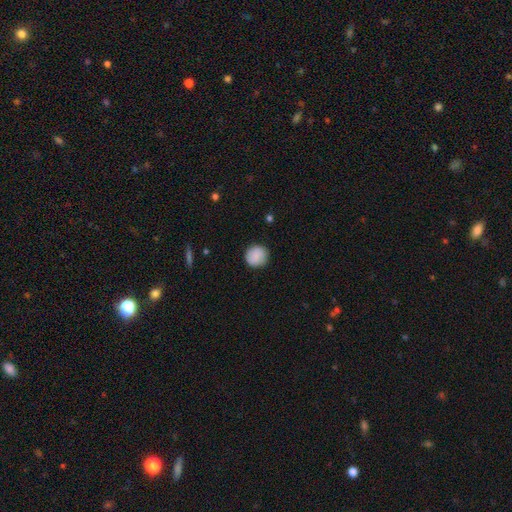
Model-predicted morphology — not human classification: Q: Smooth or featured?
A: smooth (87%); runner-up: star or artifact (7%)
Q: How rounded?
A: round (92%); runner-up: in between (7%)
Q: Merging?
A: none (88%); runner-up: minor disturbance (9%)